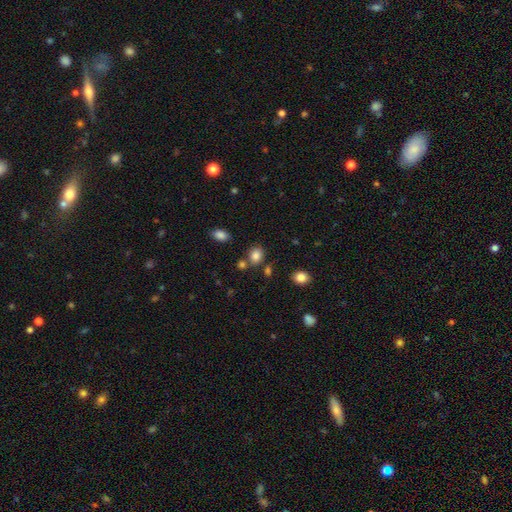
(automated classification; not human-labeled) smooth 83%, star or artifact 11%, featured or disk 6%. Down the decision tree: how rounded — in between (53%); merging — none (72%).